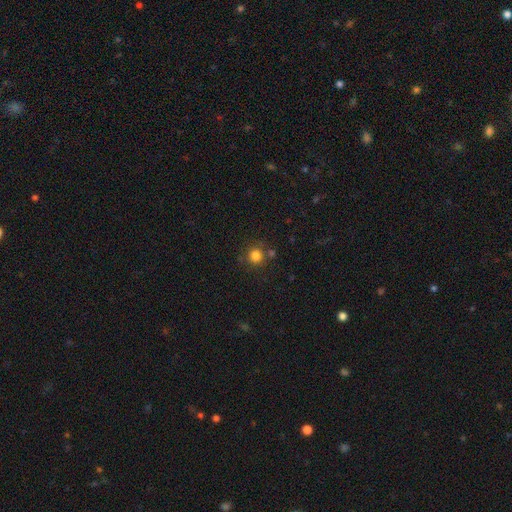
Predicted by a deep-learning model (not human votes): Overall: smooth (81%). How rounded: round (93%). Merging: none (80%).